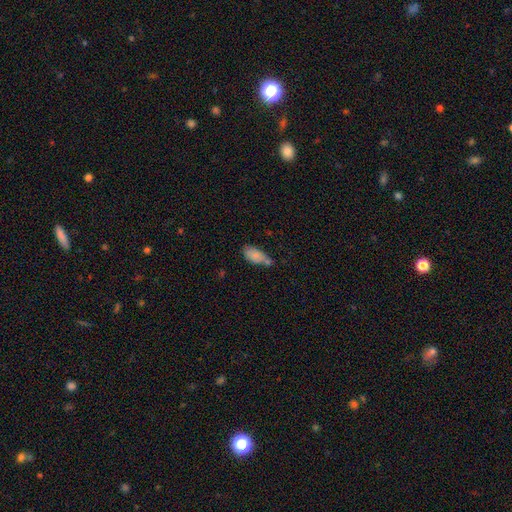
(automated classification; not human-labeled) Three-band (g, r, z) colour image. It shows a smooth galaxy with no disk features (80%) that is in between round and cigar-shaped (90%). Merging: none (38%).